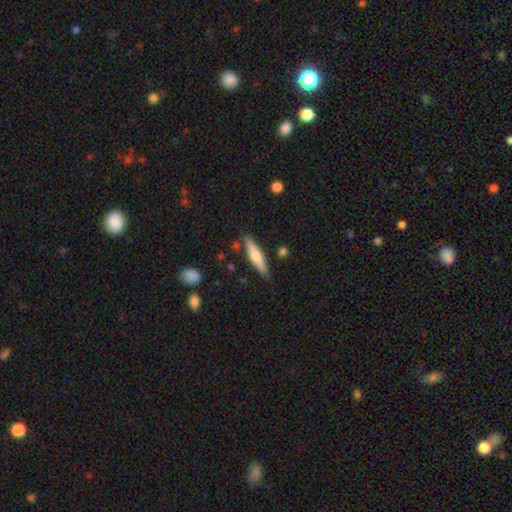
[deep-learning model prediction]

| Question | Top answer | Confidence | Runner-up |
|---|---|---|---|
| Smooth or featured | featured or disk | 49% | smooth (45%) |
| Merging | none | 85% | minor disturbance (10%) |